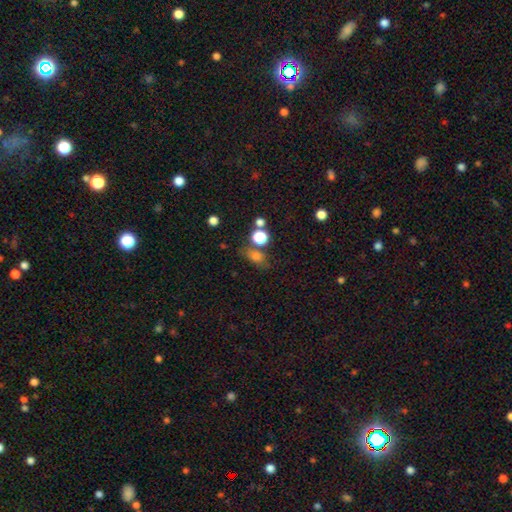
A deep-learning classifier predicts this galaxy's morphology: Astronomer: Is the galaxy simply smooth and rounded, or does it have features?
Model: smooth — 67%.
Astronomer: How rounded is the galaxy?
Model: in between — 58% (runner-up: round, 38%).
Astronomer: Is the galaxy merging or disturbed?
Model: none — 63%.